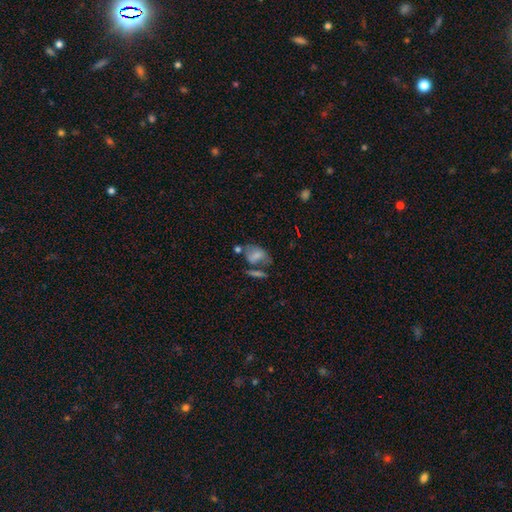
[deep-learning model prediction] Smooth or featured? smooth (65%)
How rounded? in between (81%)
Merging? none (35%)